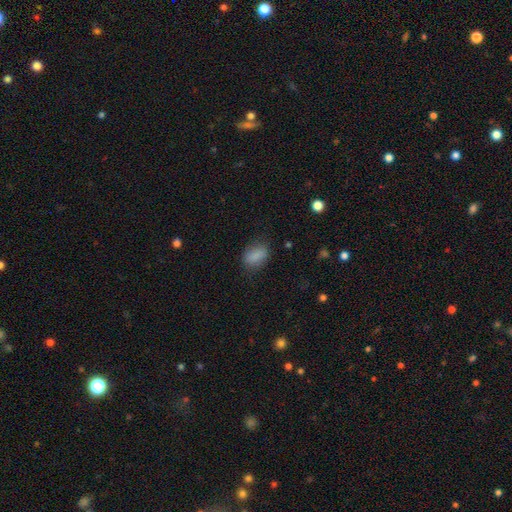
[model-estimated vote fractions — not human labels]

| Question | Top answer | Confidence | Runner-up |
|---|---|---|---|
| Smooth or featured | smooth | 85% | star or artifact (8%) |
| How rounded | in between | 81% | round (16%) |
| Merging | none | 78% | minor disturbance (16%) |